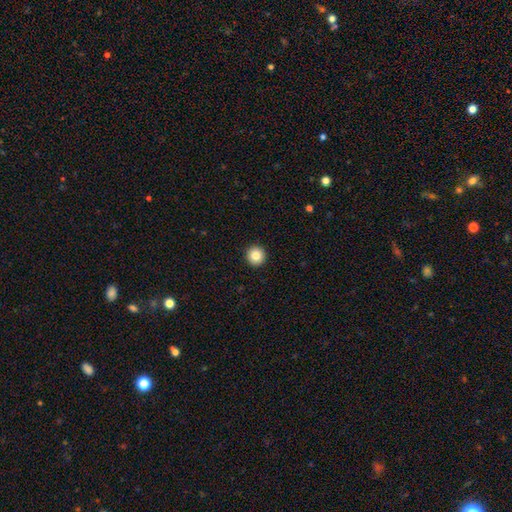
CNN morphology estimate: smooth_or_featured: smooth (p=0.84) [alt: star or artifact p=0.10]
how_rounded: round (p=0.96) [alt: in between p=0.03]
merging: none (p=0.94) [alt: minor disturbance p=0.04]